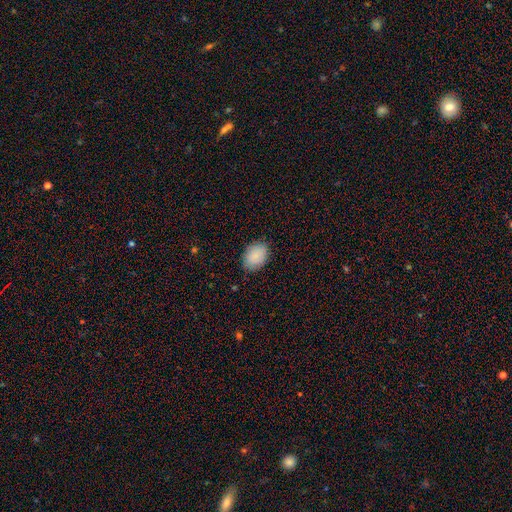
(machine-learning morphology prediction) This appears to be a smooth galaxy with no disk features (89%) that is in between round and cigar-shaped (77%). Merging: none (82%).